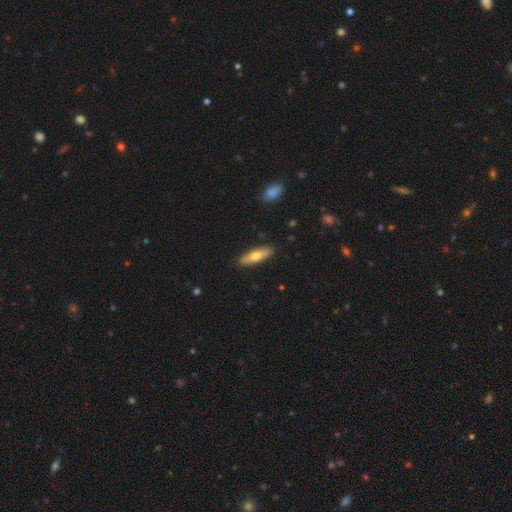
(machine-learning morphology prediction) This is likely a smooth galaxy (67%). How rounded: likely cigar-shaped (62%). Merging: clearly none (89%).